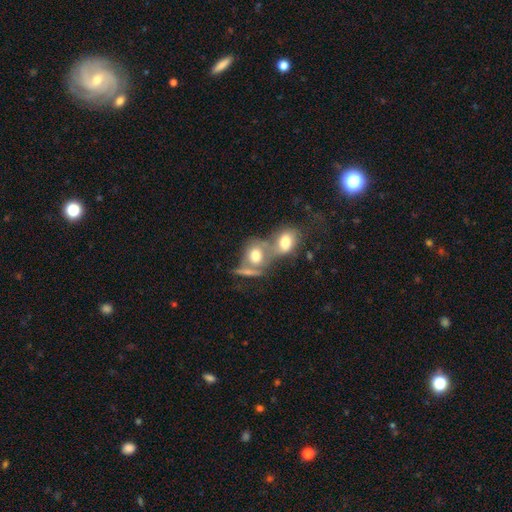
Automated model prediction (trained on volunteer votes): A smooth galaxy with no disk features (67%) that is round (49%).

Vote fractions:
- Smooth or featured? smooth: 67% / featured or disk: 22% / star or artifact: 11%
- How rounded? round: 49% / in between: 48% / cigar-shaped: 3%
- Merging? merger: 58% / none: 27% / minor disturbance: 8% / major disturbance: 7%